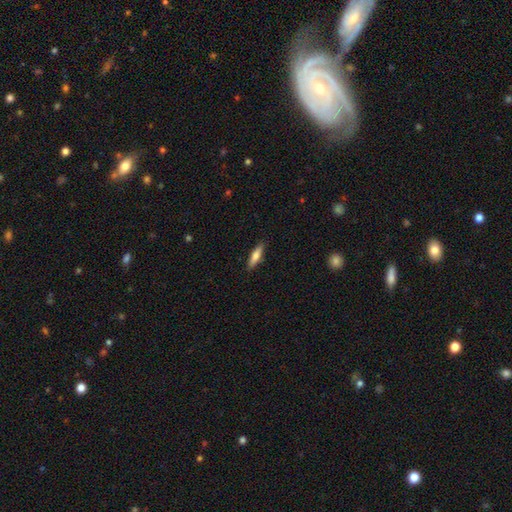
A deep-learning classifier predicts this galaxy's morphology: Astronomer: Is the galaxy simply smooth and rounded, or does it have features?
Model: smooth — 69%.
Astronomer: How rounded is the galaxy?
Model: cigar-shaped — 73%.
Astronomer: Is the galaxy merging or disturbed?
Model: none — 88%.